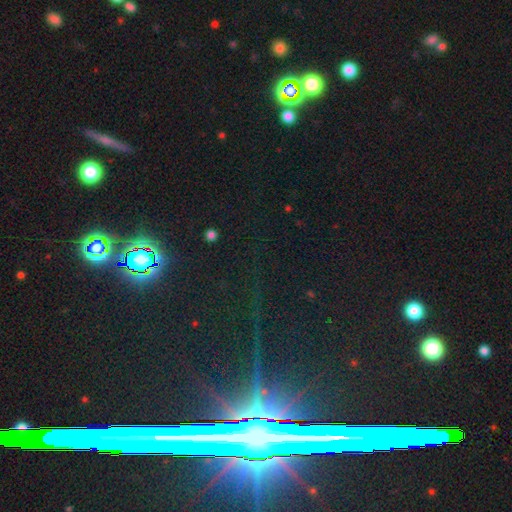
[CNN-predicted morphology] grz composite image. It shows a star or artifact, not a galaxy (79%).